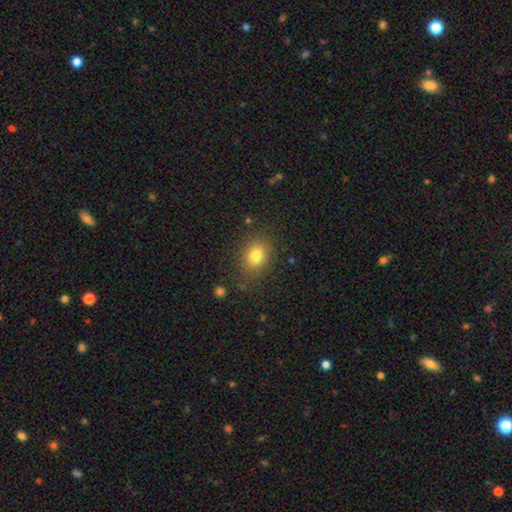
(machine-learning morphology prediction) type=smooth (80%); roundness=round (54%); merging=none (82%).